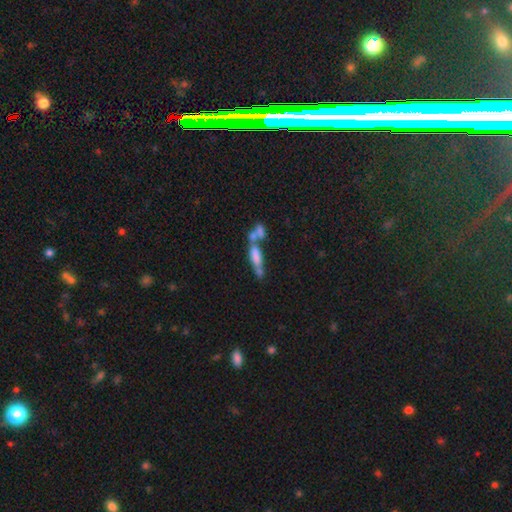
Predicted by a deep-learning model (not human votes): A smooth galaxy with no disk features (49%). Merging: merger (55%).